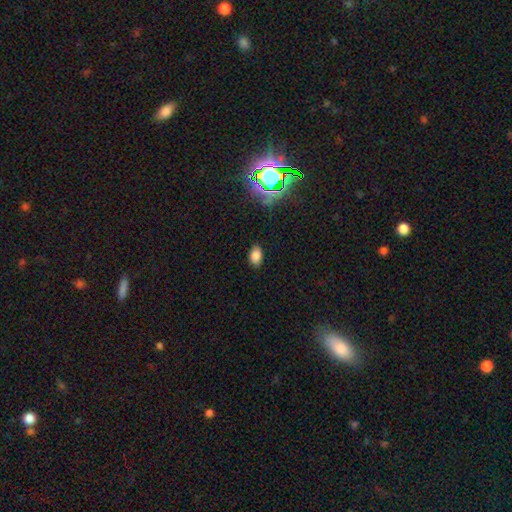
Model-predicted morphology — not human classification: Smooth or featured?
  - smooth: 80% *
  - star or artifact: 14%
  - featured or disk: 5%
How rounded?
  - in between: 89% *
  - round: 9%
  - cigar-shaped: 2%
Merging?
  - none: 85% *
  - minor disturbance: 12%
  - major disturbance: 3%
  - merger: 1%